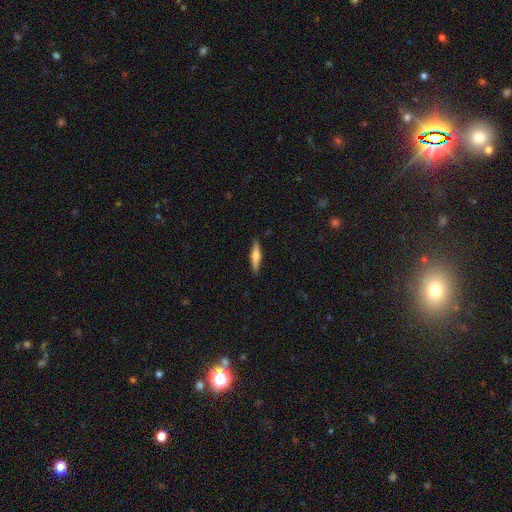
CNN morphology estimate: Smooth or featured: smooth — 57% (featured or disk — 37%)
How rounded: cigar-shaped — 79% (in between — 20%)
Merging: none — 87% (minor disturbance — 10%)